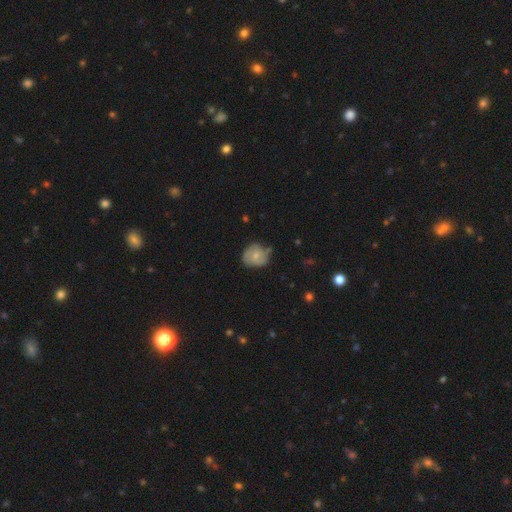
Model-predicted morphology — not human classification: type=smooth (58%); roundness=round (74%); merging=none (54%).